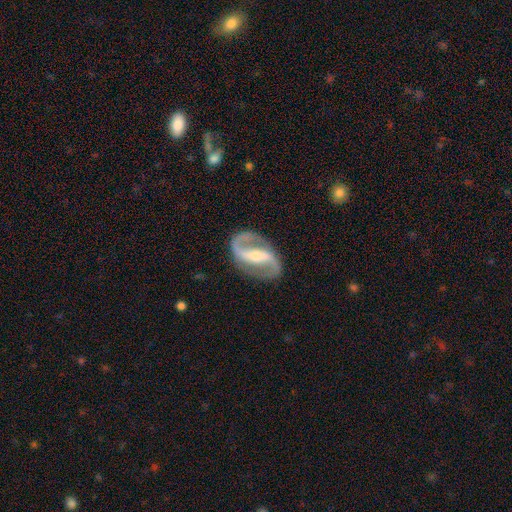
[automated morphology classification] A featured or disk galaxy (91%) with a strong bar (54%), 2 (94%) medium (49%) spiral arms (97%) and a small central bulge (47%). Merging: none (87%).